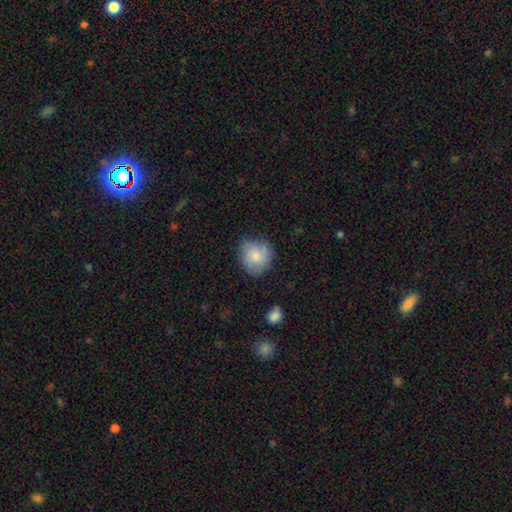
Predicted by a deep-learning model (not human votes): This is likely a smooth galaxy (76%). How rounded: likely round (80%). Merging: likely none (68%).